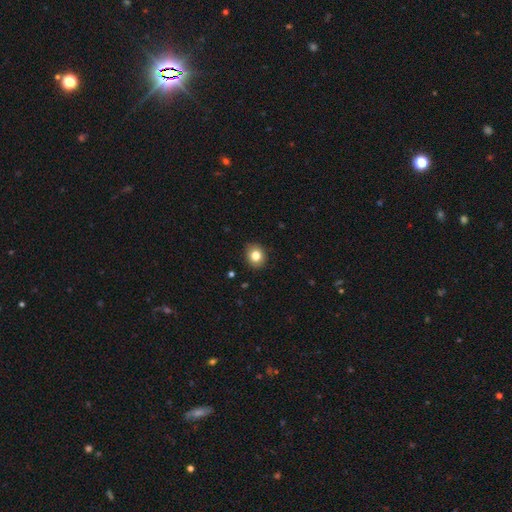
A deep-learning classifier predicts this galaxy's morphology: smooth-or-featured: smooth: 82% | star or artifact: 10% | featured or disk: 8%
  how-rounded: round: 70% | in between: 29% | cigar-shaped: 1%
  merging: none: 89% | minor disturbance: 8% | major disturbance: 2% | merger: 1%